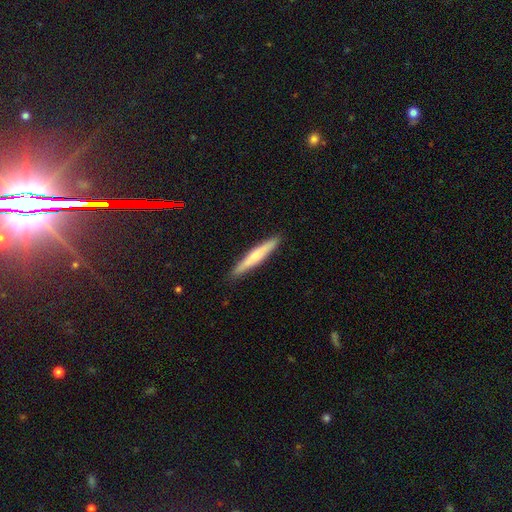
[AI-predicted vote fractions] This appears to be a smooth galaxy with no disk features (52%) that is cigar-shaped (93%). Merging: none (90%).